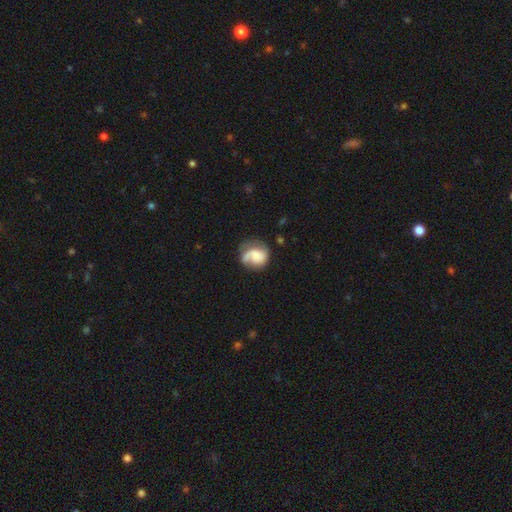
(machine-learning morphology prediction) A featured or disk galaxy (55%) with no bar (67%), spiral arms (85%) and a small central bulge (31%).

Vote fractions:
- Smooth or featured? featured or disk: 55% / smooth: 38% / star or artifact: 8%
- Edge-on disk? no: 98% / yes: 2%
- Bar? no: 67% / weak: 27% / strong: 6%
- Spiral arms? yes: 85% / no: 15%
- Bulge size? small: 31% / moderate: 29% / none: 22% / large: 14% / dominant: 4%
- Merging? none: 50% / minor disturbance: 25% / major disturbance: 22% / merger: 4%